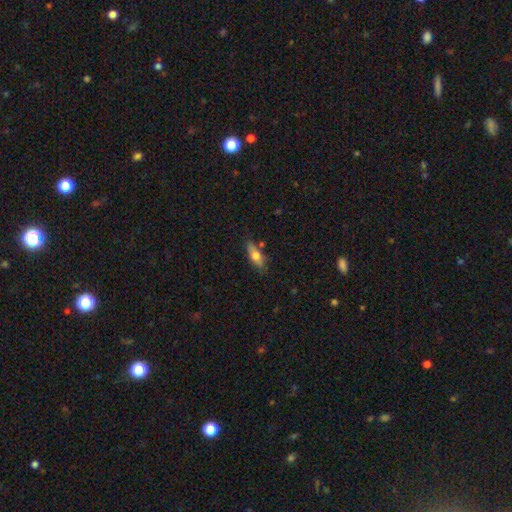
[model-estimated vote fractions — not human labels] A smooth galaxy with no disk features (62%) that is in between round and cigar-shaped (59%). Merging: none (73%).